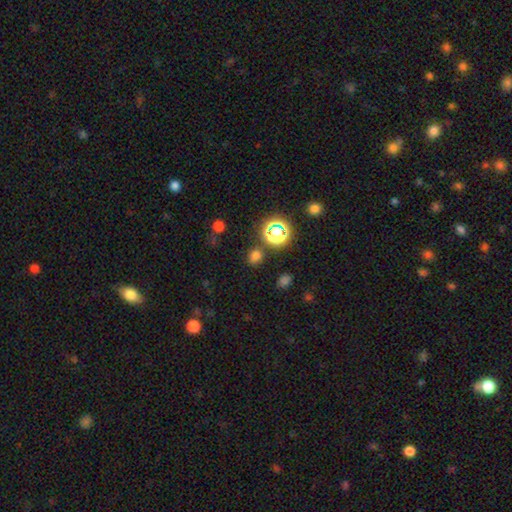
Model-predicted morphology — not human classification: Q: Smooth or featured?
A: smooth (63%); runner-up: star or artifact (31%)
Q: How rounded?
A: round (75%); runner-up: in between (23%)
Q: Merging?
A: none (80%); runner-up: minor disturbance (10%)